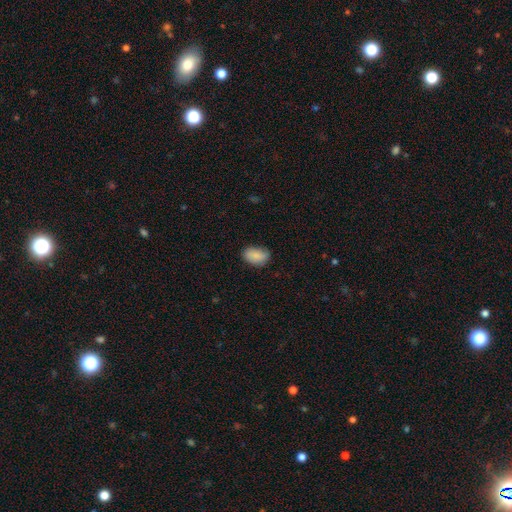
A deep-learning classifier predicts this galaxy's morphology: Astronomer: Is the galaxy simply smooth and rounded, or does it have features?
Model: smooth — 87%.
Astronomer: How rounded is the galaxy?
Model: in between — 89%.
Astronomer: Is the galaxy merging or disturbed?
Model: none — 78%.